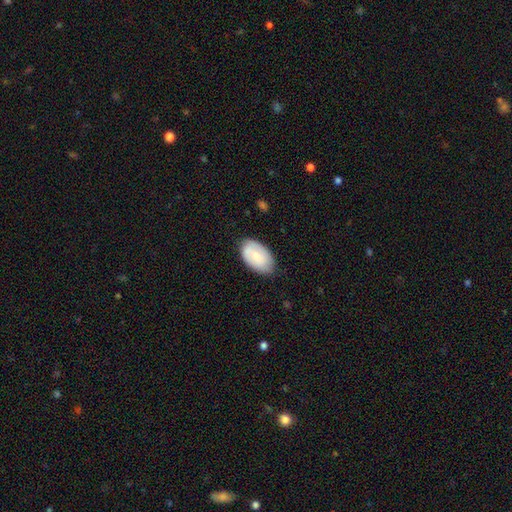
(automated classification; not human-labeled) Smooth or featured: smooth — 71% (featured or disk — 23%)
How rounded: in between — 93% (round — 6%)
Merging: none — 74% (minor disturbance — 21%)